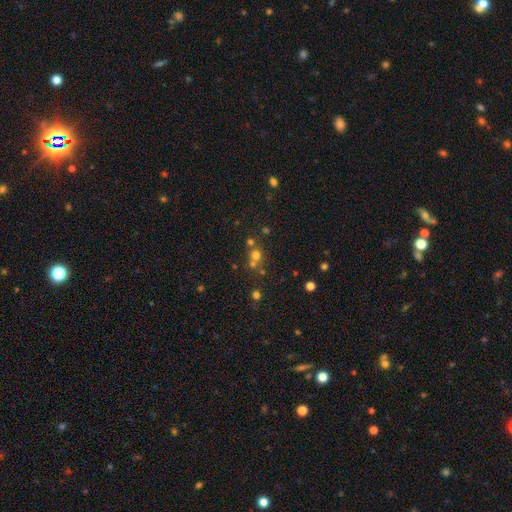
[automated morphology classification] Smooth or featured?
  - smooth: 60% *
  - star or artifact: 27%
  - featured or disk: 13%
How rounded?
  - round: 88% *
  - in between: 11%
  - cigar-shaped: 1%
Merging?
  - none: 54% *
  - merger: 35%
  - minor disturbance: 7%
  - major disturbance: 4%